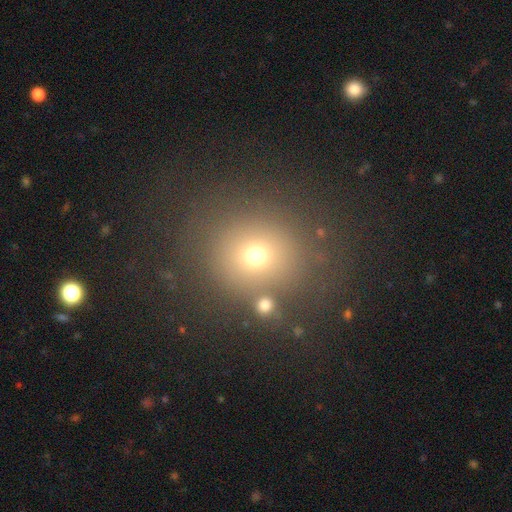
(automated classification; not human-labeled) Smooth or featured? Predicted: smooth (p=0.66). How rounded? Predicted: round (p=0.81). Merging? Predicted: none (p=0.78).